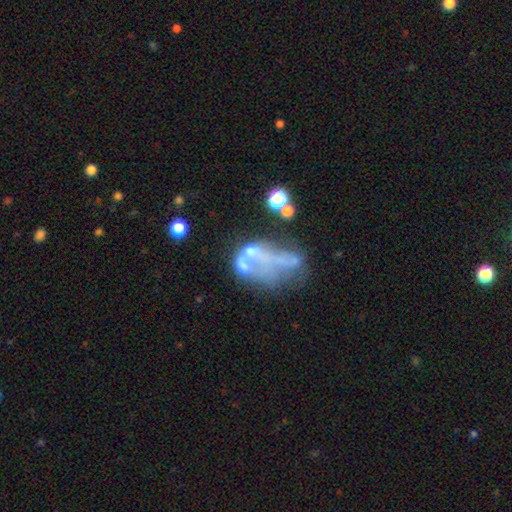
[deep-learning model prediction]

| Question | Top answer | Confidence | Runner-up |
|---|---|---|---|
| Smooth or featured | featured or disk | 52% | smooth (30%) |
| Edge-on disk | no | 97% | yes (3%) |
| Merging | merger | 35% | major disturbance (31%) |